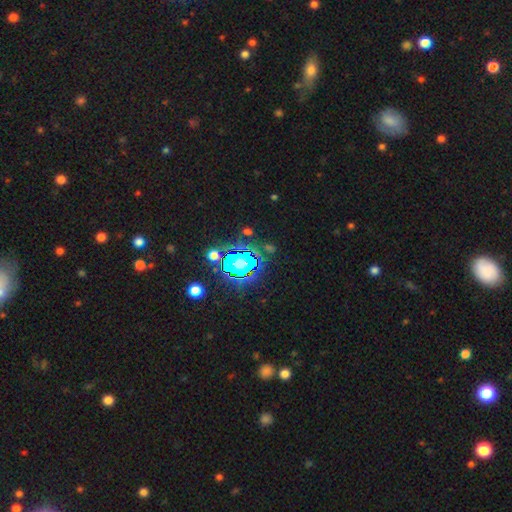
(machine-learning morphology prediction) smooth-or-featured: star or artifact: 82% | smooth: 11% | featured or disk: 8%